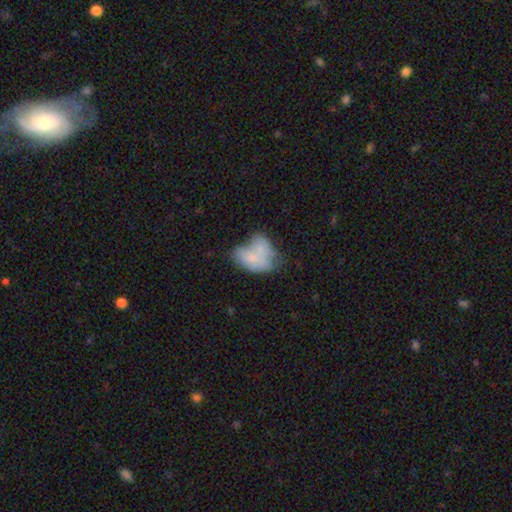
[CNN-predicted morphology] Overall: smooth (64%; featured or disk 27%). How rounded: in between (80%). Merging: merger (31%; minor disturbance 24%).